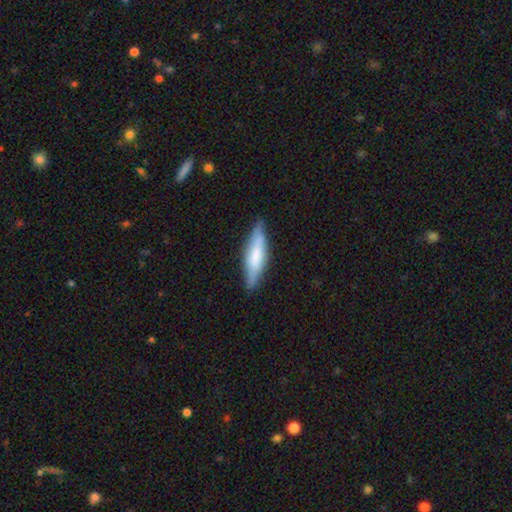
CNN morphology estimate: type=smooth (59%); roundness=cigar-shaped (71%); merging=none (83%).